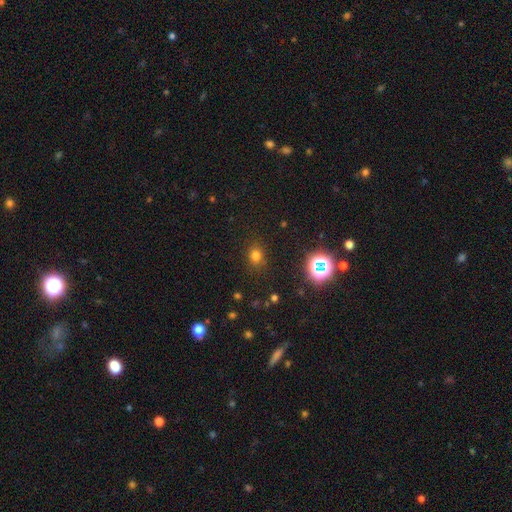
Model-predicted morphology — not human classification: A smooth galaxy with no disk features (70%) that is round (68%).

Vote fractions:
- Smooth or featured? smooth: 70% / star or artifact: 23% / featured or disk: 6%
- How rounded? round: 68% / in between: 31% / cigar-shaped: 1%
- Merging? none: 82% / minor disturbance: 11% / major disturbance: 4% / merger: 2%